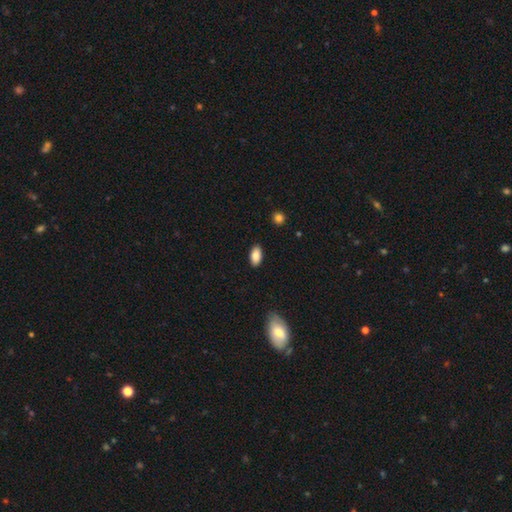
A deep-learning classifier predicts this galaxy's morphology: A smooth galaxy with no disk features (87%) that is in between round and cigar-shaped (92%). Merging: none (88%).